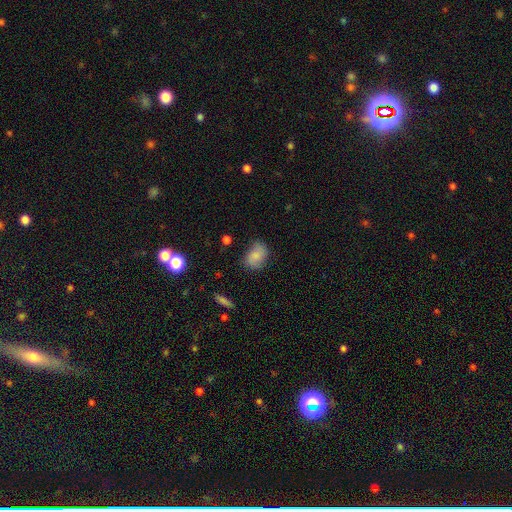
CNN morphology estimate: smooth 77%, featured or disk 14%, star or artifact 8%. Down the decision tree: how rounded — in between (74%); merging — none (70%).